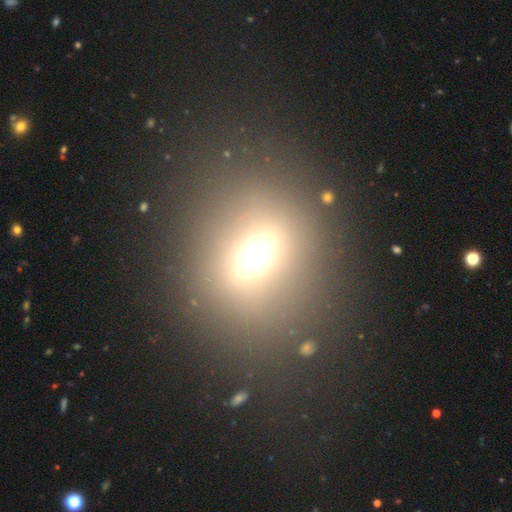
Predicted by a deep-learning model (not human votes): Overall: smooth (53%; star or artifact 27%). How rounded: round (54%; in between 43%). Merging: none (80%).